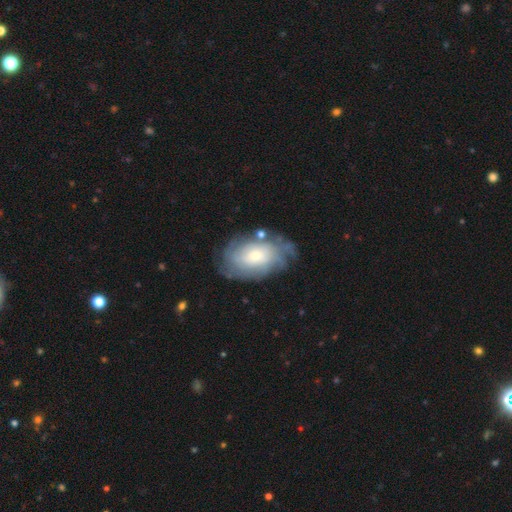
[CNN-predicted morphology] Smooth or featured? featured or disk (70%)
Edge-on disk? no (95%)
Bar? no (77%)
Spiral arms? yes (84%)
Spiral winding? tight (67%)
Spiral arm count? can't tell (55%)
Bulge size? small (59%)
Merging? none (71%)